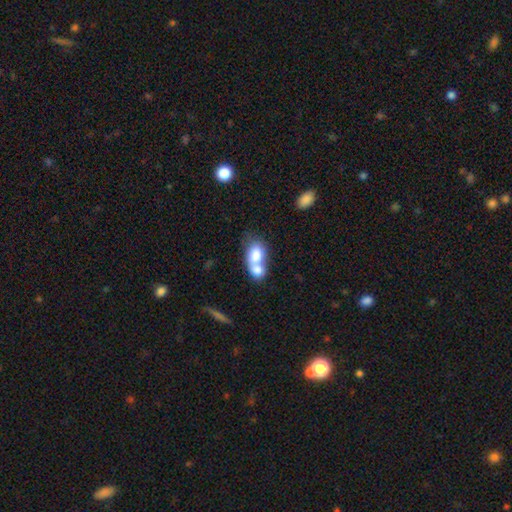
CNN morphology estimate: Q: Smooth or featured?
A: smooth (73%); runner-up: featured or disk (19%)
Q: How rounded?
A: in between (77%); runner-up: round (20%)
Q: Merging?
A: merger (72%); runner-up: none (16%)